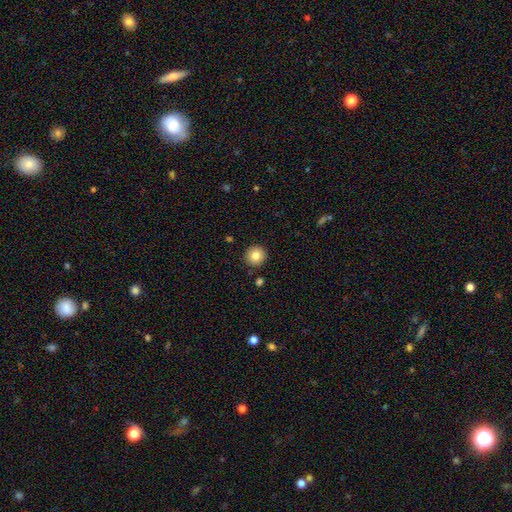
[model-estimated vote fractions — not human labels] The model was most divided on "smooth or featured": smooth: 83%, star or artifact: 10%, featured or disk: 8%. More confident: how rounded — round (95%); merging — none (91%).